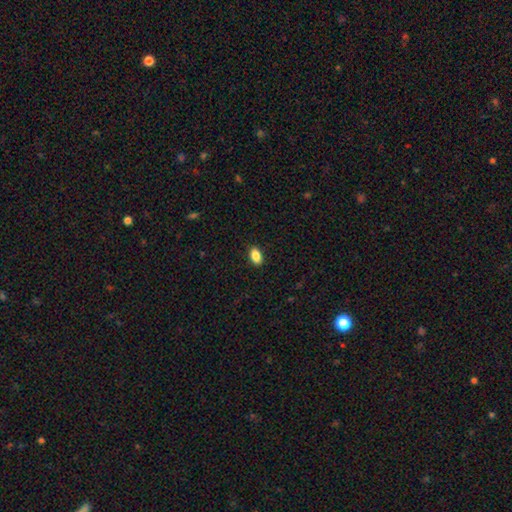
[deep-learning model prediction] smooth_or_featured: smooth (p=0.88) [alt: star or artifact p=0.08]
how_rounded: in between (p=0.91) [alt: round p=0.06]
merging: none (p=0.89) [alt: minor disturbance p=0.08]